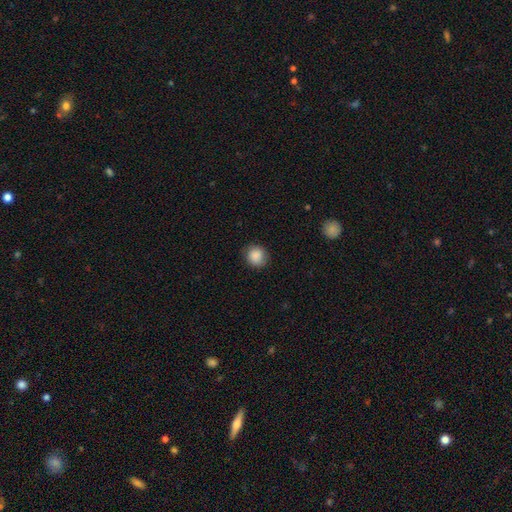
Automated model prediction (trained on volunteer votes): Smooth or featured?
  - smooth: 87% *
  - star or artifact: 8%
  - featured or disk: 5%
How rounded?
  - round: 84% *
  - in between: 15%
  - cigar-shaped: 1%
Merging?
  - none: 83% *
  - minor disturbance: 13%
  - major disturbance: 3%
  - merger: 1%